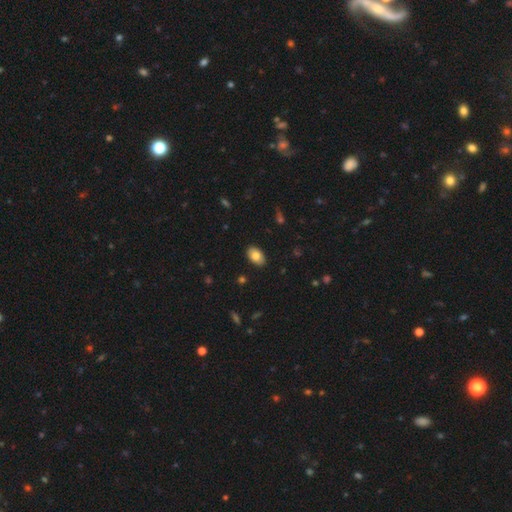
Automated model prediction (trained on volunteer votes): Smooth or featured? Predicted: smooth (p=0.80). How rounded? Predicted: in between (p=0.90). Merging? Predicted: none (p=0.88).